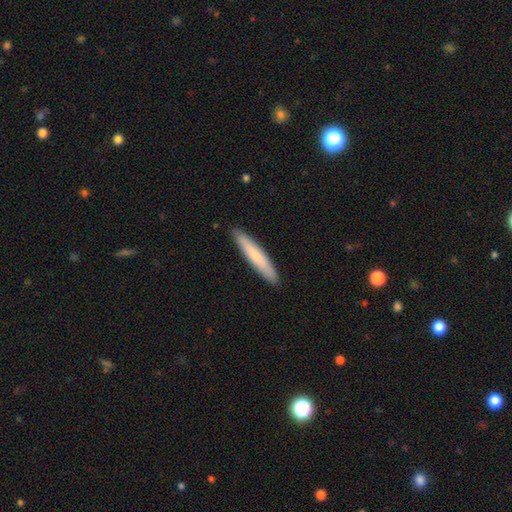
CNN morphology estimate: smooth 73%, featured or disk 22%, star or artifact 5%. Down the decision tree: how rounded — cigar-shaped (93%); merging — none (91%).